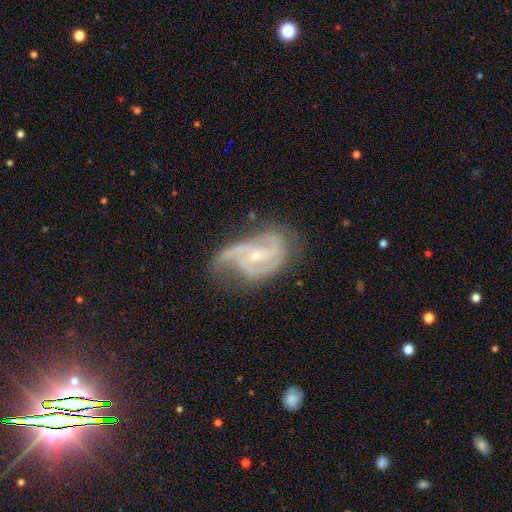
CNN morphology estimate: A featured or disk galaxy (89%) with no bar (54%), 2 (39%) medium (48%) spiral arms (97%) and a small central bulge (68%). Merging: none (48%).